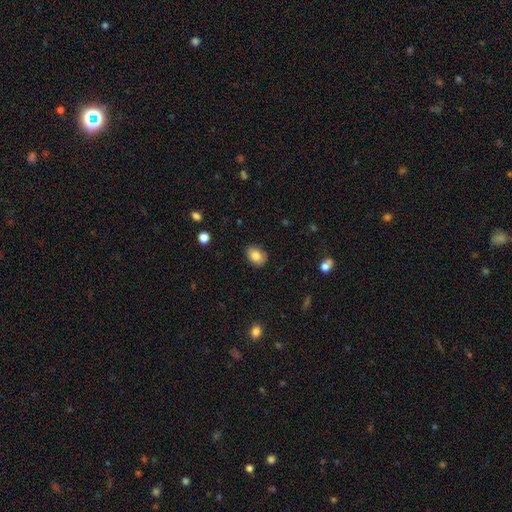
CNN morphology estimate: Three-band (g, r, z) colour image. It shows a smooth galaxy with no disk features (84%) that is in between round and cigar-shaped (76%). Merging: none (84%).